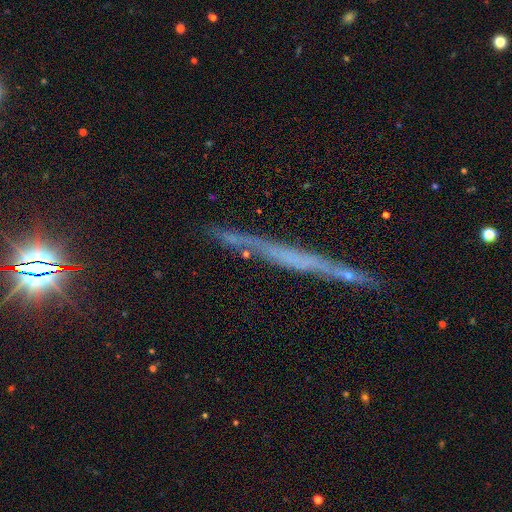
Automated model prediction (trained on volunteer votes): featured or disk 58%, smooth 23%, star or artifact 19%. Down the decision tree: edge-on disk — yes (92%); edge-on bulge — none (86%); merging — none (80%).